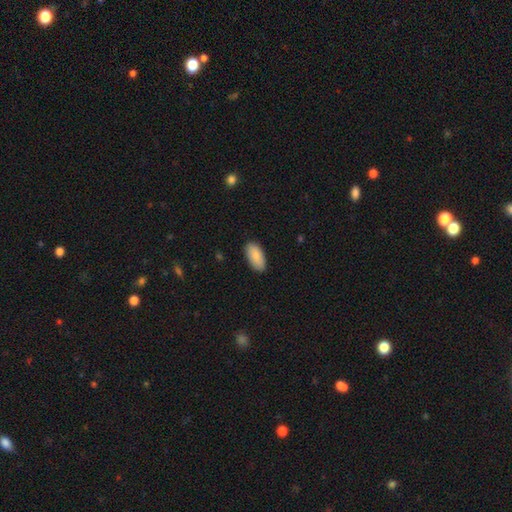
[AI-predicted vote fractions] A smooth galaxy with no disk features (87%) that is in between round and cigar-shaped (93%). Merging: none (88%).